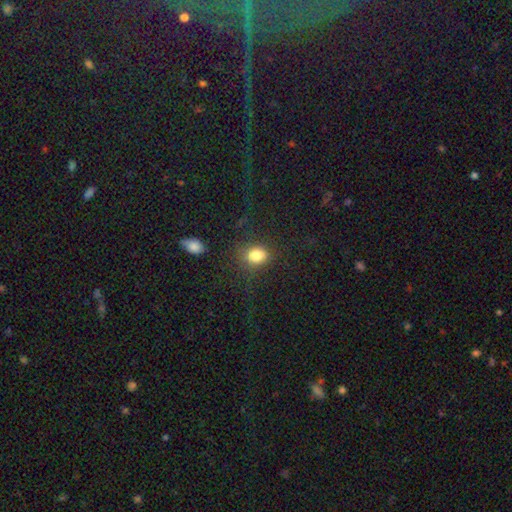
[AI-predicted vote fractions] smooth_or_featured: smooth (p=0.82) [alt: star or artifact p=0.11]
how_rounded: in between (p=0.52) [alt: round p=0.47]
merging: none (p=0.74) [alt: minor disturbance p=0.15]